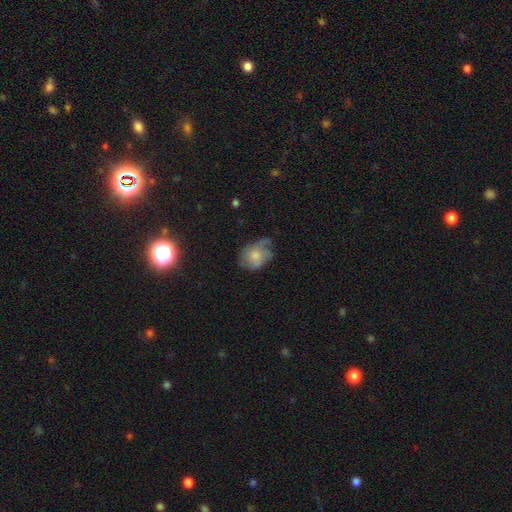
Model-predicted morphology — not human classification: Q: Smooth or featured?
A: smooth (51%); runner-up: featured or disk (41%)
Q: How rounded?
A: in between (59%); runner-up: round (40%)
Q: Merging?
A: none (41%); runner-up: minor disturbance (34%)